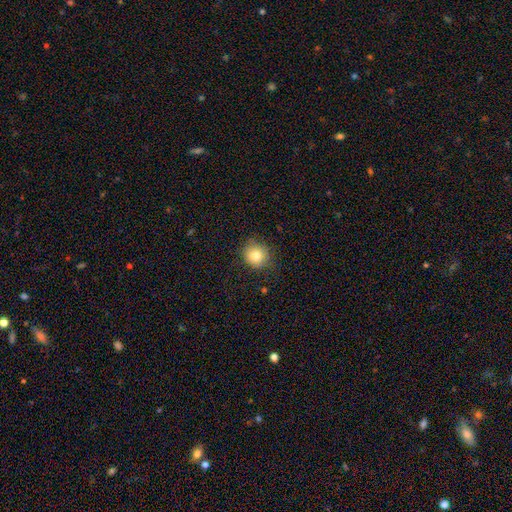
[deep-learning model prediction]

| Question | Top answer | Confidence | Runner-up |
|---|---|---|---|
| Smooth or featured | smooth | 79% | star or artifact (11%) |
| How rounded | round | 87% | in between (12%) |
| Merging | none | 81% | minor disturbance (15%) |